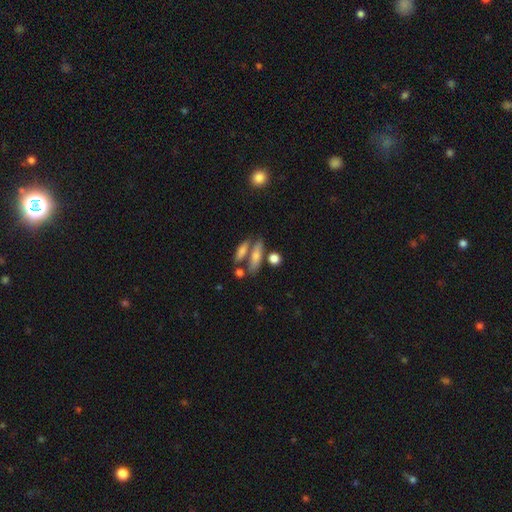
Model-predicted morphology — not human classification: star or artifact 54%, featured or disk 24%, smooth 22%.